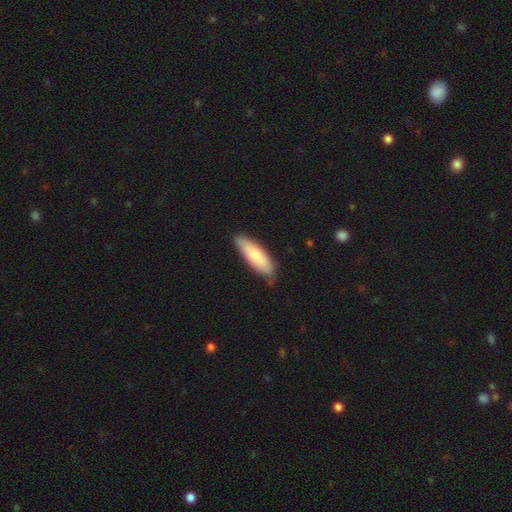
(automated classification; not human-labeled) The model was most divided on "how rounded": in between: 51%, cigar-shaped: 48%, round: 2%. More confident: smooth or featured — smooth (78%); merging — none (77%).